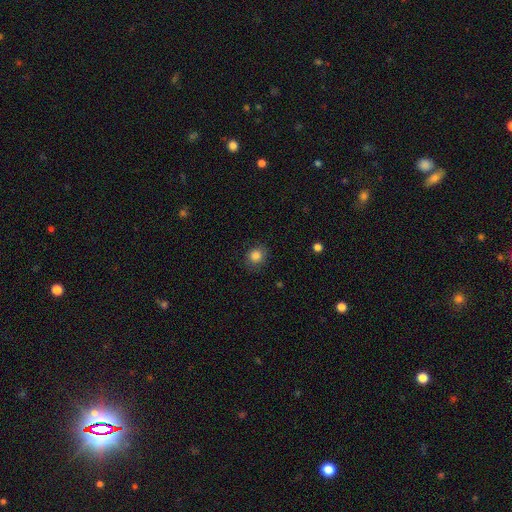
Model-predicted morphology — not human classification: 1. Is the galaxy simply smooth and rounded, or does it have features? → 84% smooth, 11% star or artifact, 6% featured or disk.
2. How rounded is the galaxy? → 81% round, 18% in between, 1% cigar-shaped.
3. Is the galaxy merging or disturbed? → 83% none, 12% minor disturbance, 4% major disturbance, 1% merger.